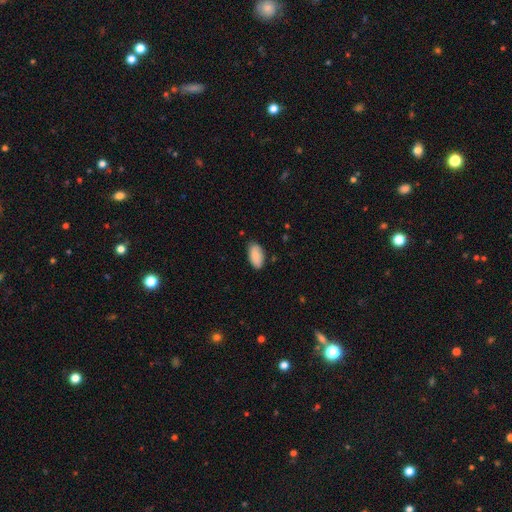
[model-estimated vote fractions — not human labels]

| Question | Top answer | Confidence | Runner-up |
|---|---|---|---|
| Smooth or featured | smooth | 87% | featured or disk (7%) |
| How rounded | in between | 94% | cigar-shaped (3%) |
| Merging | none | 81% | minor disturbance (16%) |